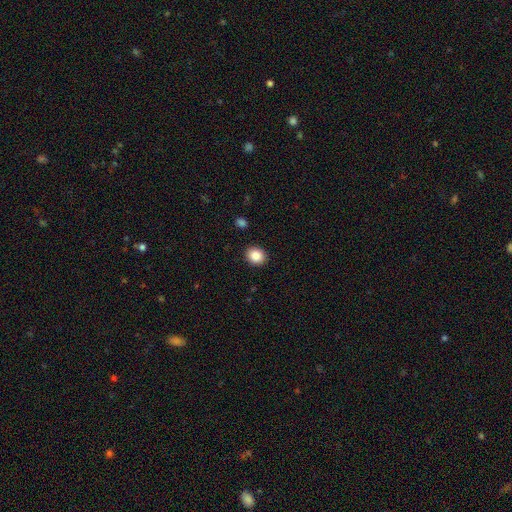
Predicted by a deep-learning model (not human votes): smooth_or_featured: smooth (p=0.87) [alt: star or artifact p=0.09]
how_rounded: round (p=0.65) [alt: in between p=0.34]
merging: none (p=0.91) [alt: minor disturbance p=0.06]